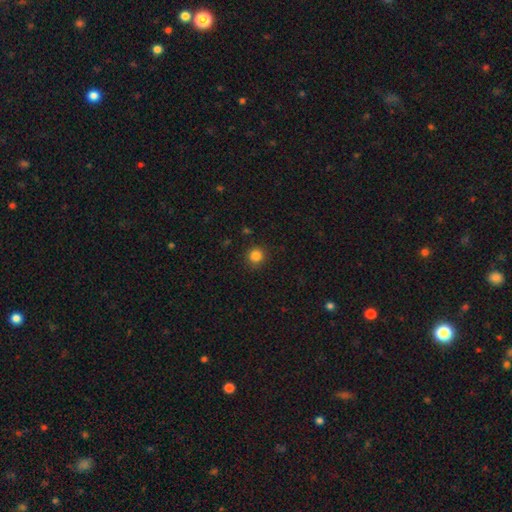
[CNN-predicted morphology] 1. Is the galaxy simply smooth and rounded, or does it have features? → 84% smooth, 12% star or artifact, 4% featured or disk.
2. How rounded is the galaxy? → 93% round, 6% in between, 1% cigar-shaped.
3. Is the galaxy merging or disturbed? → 89% none, 7% minor disturbance, 2% major disturbance, 1% merger.